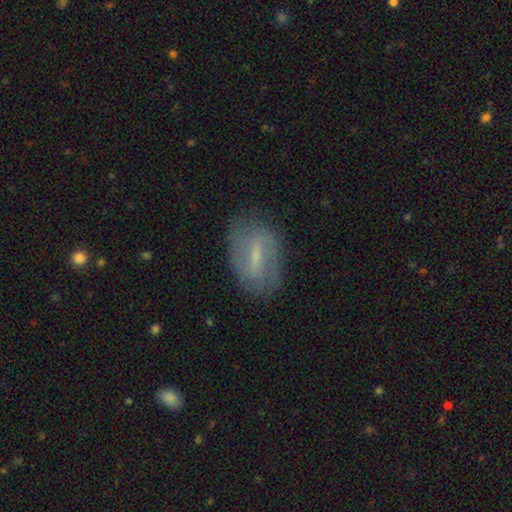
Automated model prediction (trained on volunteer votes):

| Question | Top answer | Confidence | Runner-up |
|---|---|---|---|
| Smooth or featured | featured or disk | 61% | smooth (30%) |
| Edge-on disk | no | 91% | yes (9%) |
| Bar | strong | 45% | weak (44%) |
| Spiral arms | yes | 65% | no (35%) |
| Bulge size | small | 53% | moderate (24%) |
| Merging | none | 77% | minor disturbance (16%) |